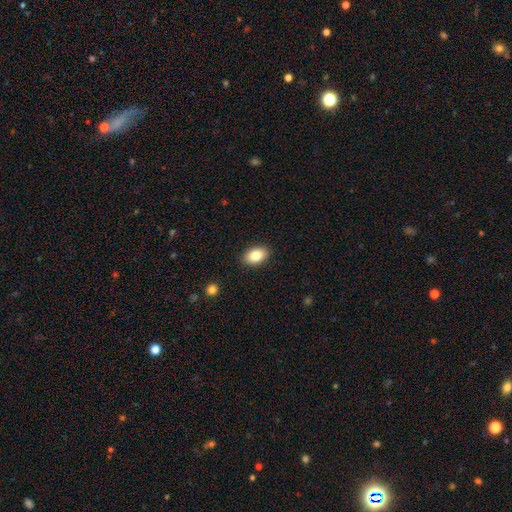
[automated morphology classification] Smooth or featured? Predicted: smooth (p=0.84). How rounded? Predicted: in between (p=0.88). Merging? Predicted: none (p=0.89).